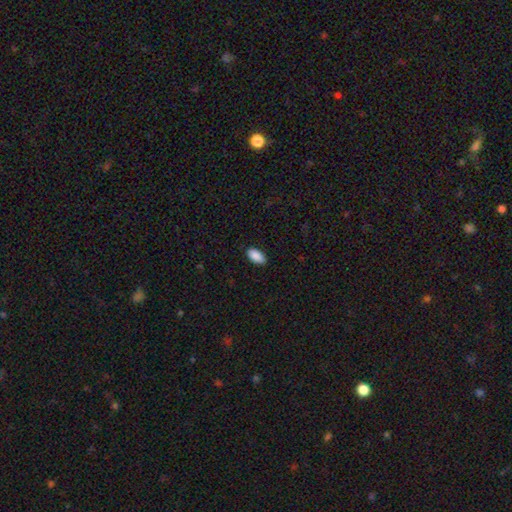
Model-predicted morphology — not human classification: Smooth or featured? Predicted: smooth (p=0.90). How rounded? Predicted: in between (p=0.94). Merging? Predicted: none (p=0.88).